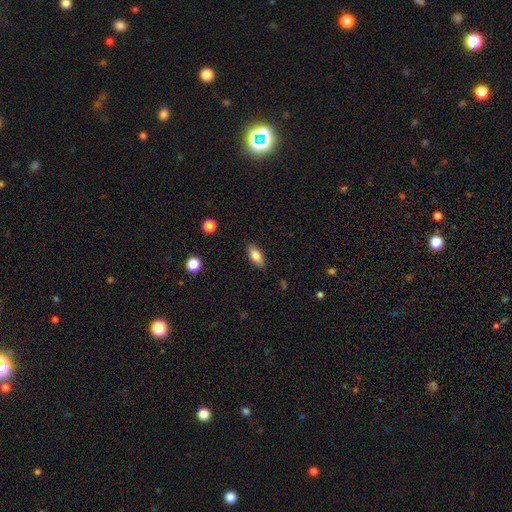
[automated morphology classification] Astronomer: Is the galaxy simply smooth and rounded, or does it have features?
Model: smooth — 80%.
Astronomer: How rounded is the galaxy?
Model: in between — 85%.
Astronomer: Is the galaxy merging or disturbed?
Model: none — 87%.